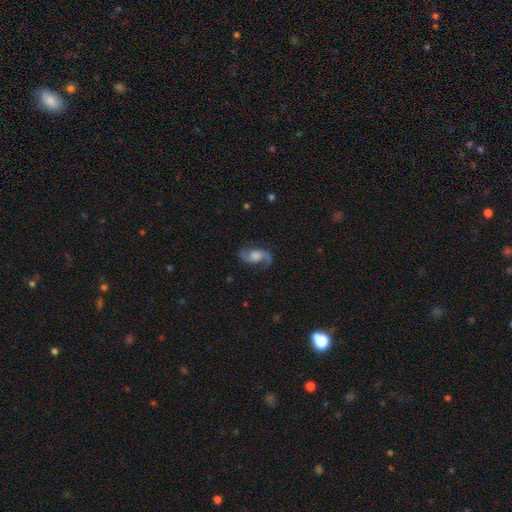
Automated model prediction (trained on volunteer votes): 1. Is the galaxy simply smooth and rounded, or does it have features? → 77% featured or disk, 16% smooth, 7% star or artifact.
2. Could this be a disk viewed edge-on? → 96% no, 4% yes.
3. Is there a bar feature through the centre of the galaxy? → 63% no, 31% weak, 6% strong.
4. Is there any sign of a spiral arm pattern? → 95% yes, 5% no.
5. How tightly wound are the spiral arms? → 58% loose, 34% medium, 8% tight.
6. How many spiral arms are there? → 90% 2, 4% 1, 3% can't tell, 1% 3, 1% 4, 1% more than 4.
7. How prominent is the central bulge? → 36% large, 32% moderate, 15% small, 14% none, 5% dominant.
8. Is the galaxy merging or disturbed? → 75% none, 16% minor disturbance, 8% major disturbance, 2% merger.